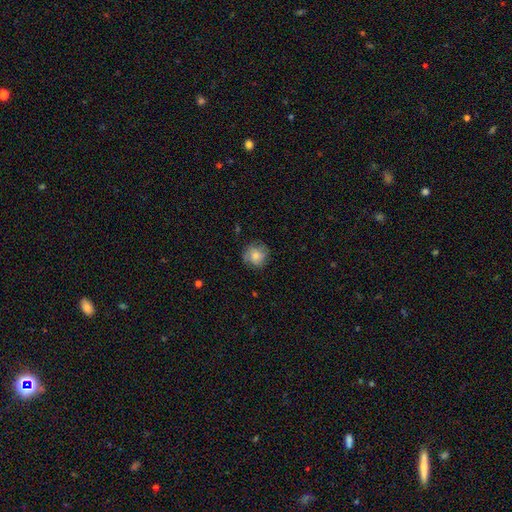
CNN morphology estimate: This appears to be a smooth galaxy with no disk features (65%) that is round (88%). Merging: none (75%).